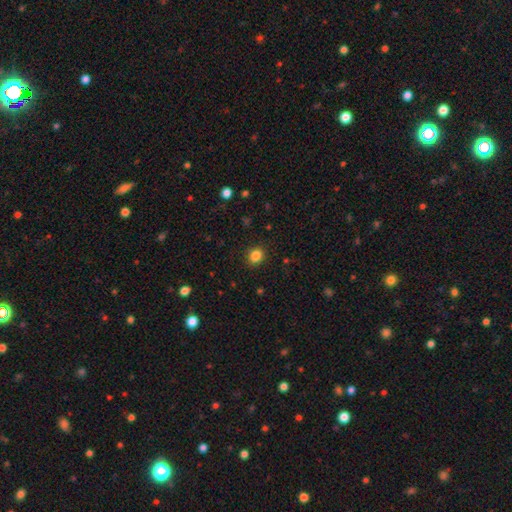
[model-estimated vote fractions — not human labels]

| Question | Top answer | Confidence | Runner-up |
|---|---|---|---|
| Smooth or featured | smooth | 85% | star or artifact (11%) |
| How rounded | round | 70% | in between (29%) |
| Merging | none | 90% | minor disturbance (7%) |